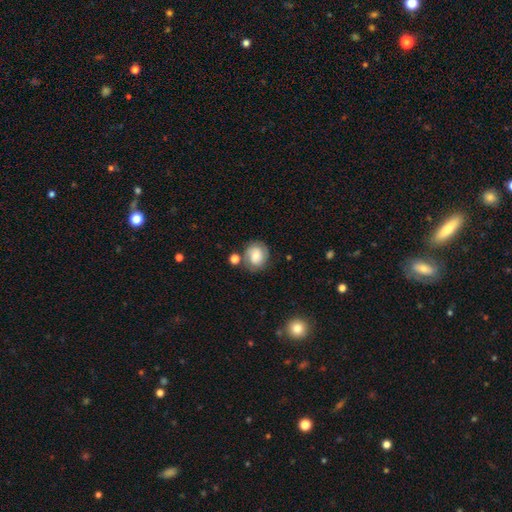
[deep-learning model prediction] Smooth or featured? Predicted: smooth (p=0.55). How rounded? Predicted: round (p=0.76). Merging? Predicted: none (p=0.67).